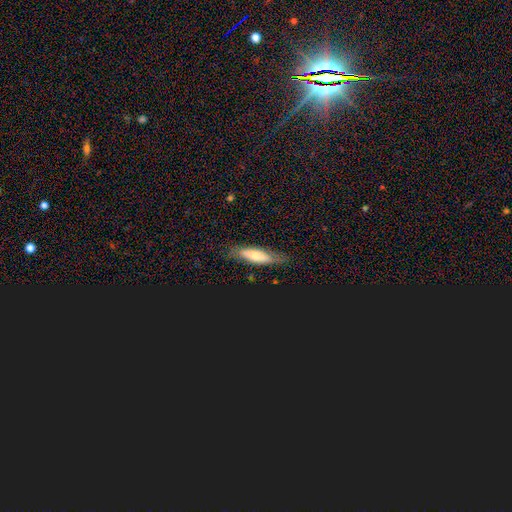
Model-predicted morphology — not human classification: Smooth or featured? smooth (57%)
How rounded? cigar-shaped (59%)
Merging? none (77%)